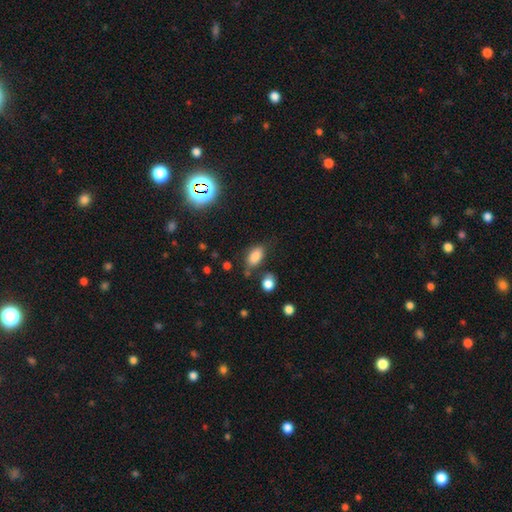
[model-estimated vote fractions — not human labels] Morphology: type=smooth (84%); roundness=in between (90%); merging=none (67%).